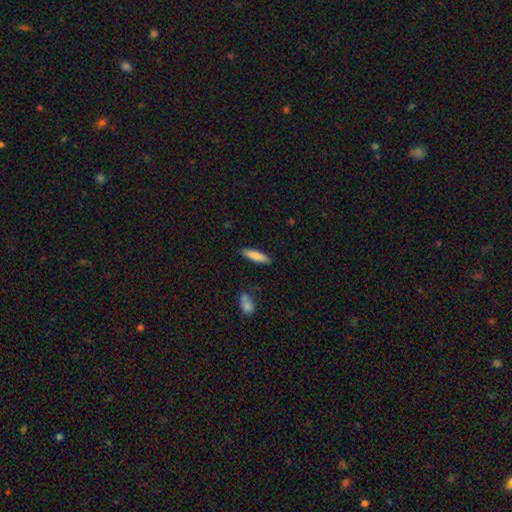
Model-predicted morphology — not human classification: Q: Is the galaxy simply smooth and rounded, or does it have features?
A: smooth — 82%.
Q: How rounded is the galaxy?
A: cigar-shaped — 71%.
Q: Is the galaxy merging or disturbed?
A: none — 87%.